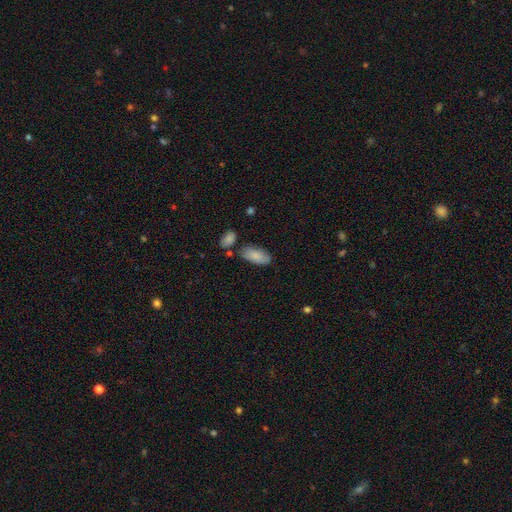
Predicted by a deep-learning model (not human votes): The model was most divided on "merging": none: 72%, minor disturbance: 17%, merger: 7%, major disturbance: 4%. More confident: how rounded — in between (91%); smooth or featured — smooth (84%).